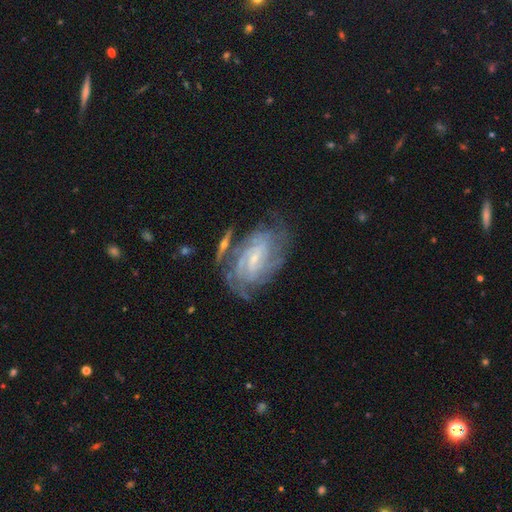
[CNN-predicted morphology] Q: Smooth or featured?
A: featured or disk (80%); runner-up: smooth (12%)
Q: Edge-on disk?
A: no (96%); runner-up: yes (4%)
Q: Bar?
A: weak (48%); runner-up: no (33%)
Q: Spiral arms?
A: yes (91%); runner-up: no (9%)
Q: Spiral winding?
A: tight (59%); runner-up: medium (32%)
Q: Spiral arm count?
A: can't tell (37%); runner-up: 2 (27%)
Q: Bulge size?
A: small (66%); runner-up: moderate (24%)
Q: Merging?
A: none (63%); runner-up: minor disturbance (19%)